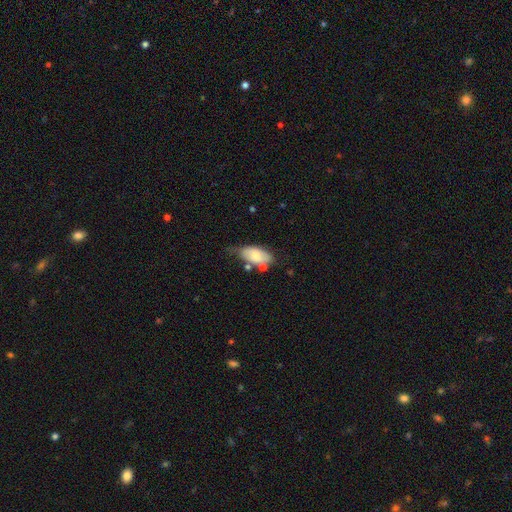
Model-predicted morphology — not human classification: This appears to be a smooth galaxy with no disk features (68%) that is in between round and cigar-shaped (92%). Merging: none (44%).